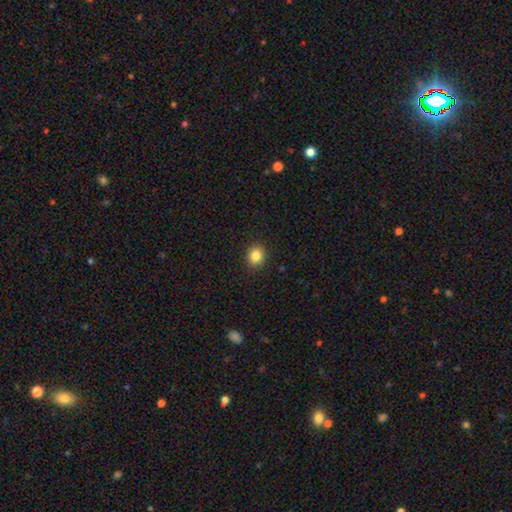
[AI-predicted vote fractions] This appears to be a smooth galaxy with no disk features (84%) that is round (75%). Merging: none (91%).